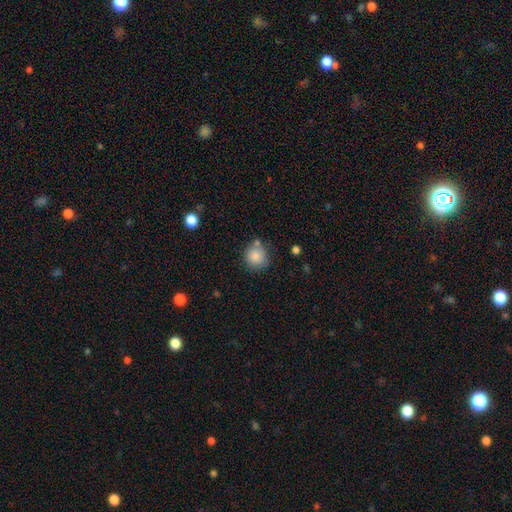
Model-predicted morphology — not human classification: smooth-or-featured: smooth: 85% | star or artifact: 9% | featured or disk: 7%
  how-rounded: round: 91% | in between: 8% | cigar-shaped: 1%
  merging: none: 71% | minor disturbance: 15% | merger: 10% | major disturbance: 4%